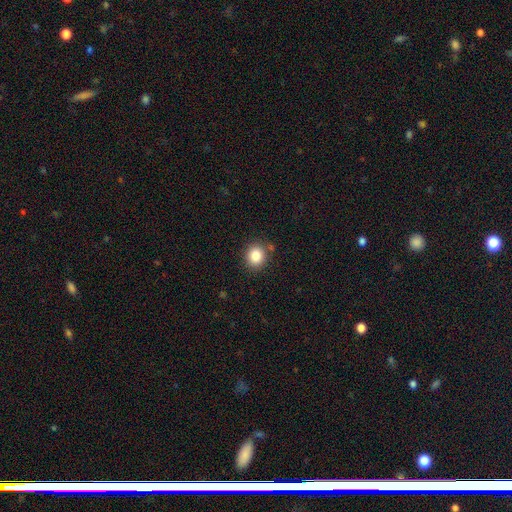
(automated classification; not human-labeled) The model was most divided on "how rounded": round: 78%, in between: 22%, cigar-shaped: 1%. More confident: smooth or featured — smooth (84%); merging — none (84%).